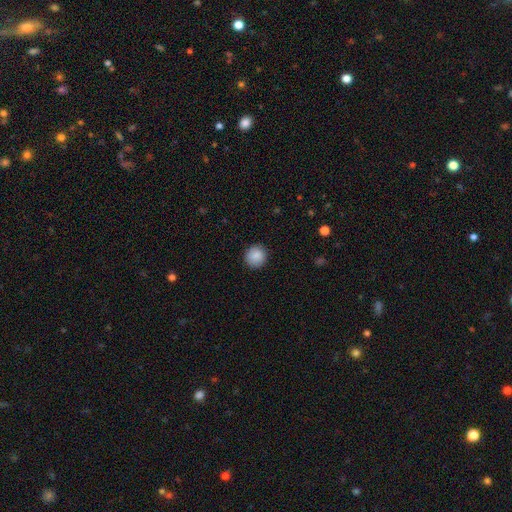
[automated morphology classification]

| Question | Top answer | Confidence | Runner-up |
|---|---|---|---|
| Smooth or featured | smooth | 88% | star or artifact (8%) |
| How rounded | round | 91% | in between (8%) |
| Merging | none | 90% | minor disturbance (7%) |